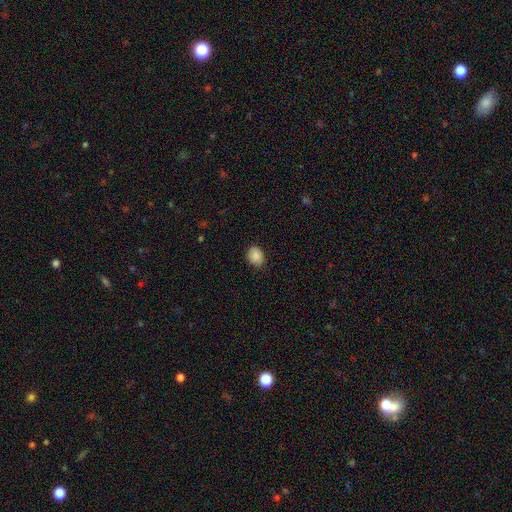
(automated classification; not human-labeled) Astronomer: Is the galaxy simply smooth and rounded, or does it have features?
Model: smooth — 88%.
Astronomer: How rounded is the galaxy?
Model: in between — 54% (runner-up: round, 45%).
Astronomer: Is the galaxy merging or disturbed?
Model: none — 84%.